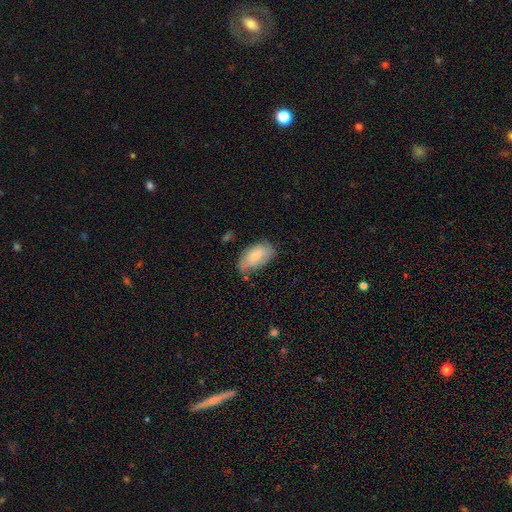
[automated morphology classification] smooth_or_featured: smooth (p=0.74) [alt: featured or disk p=0.19]
how_rounded: in between (p=0.94) [alt: round p=0.03]
merging: none (p=0.55) [alt: minor disturbance p=0.33]